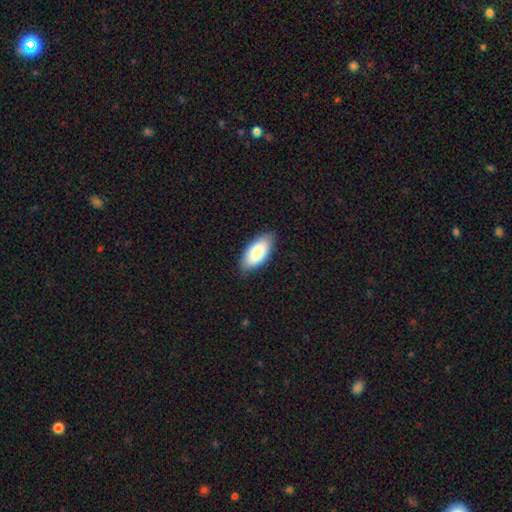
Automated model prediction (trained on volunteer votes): smooth_or_featured: smooth (p=0.80) [alt: featured or disk p=0.14]
how_rounded: in between (p=0.92) [alt: cigar-shaped p=0.06]
merging: none (p=0.85) [alt: minor disturbance p=0.12]